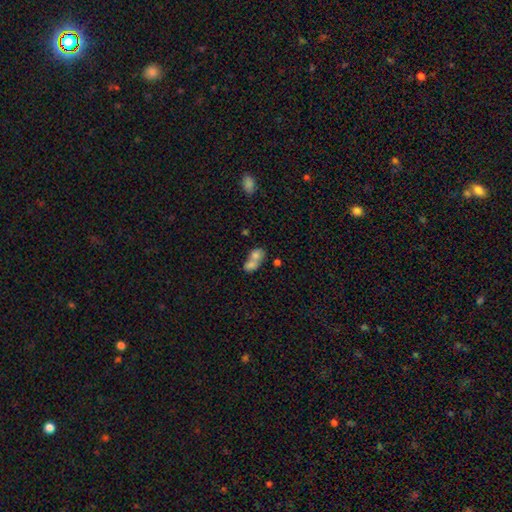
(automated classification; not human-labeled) This appears to be a smooth galaxy with no disk features (71%) that is in between round and cigar-shaped (65%). Merging: merger (73%).